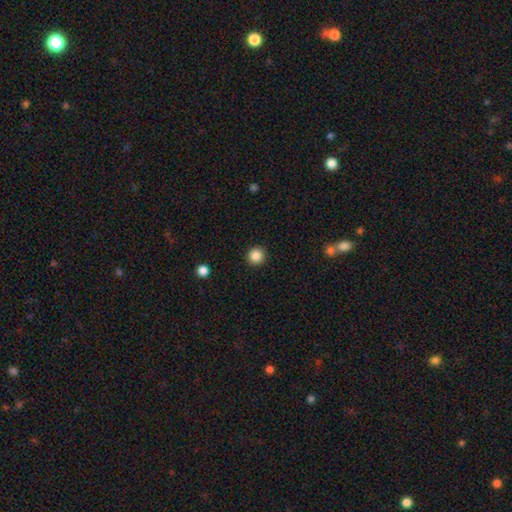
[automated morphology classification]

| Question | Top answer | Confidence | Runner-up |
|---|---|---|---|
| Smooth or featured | smooth | 86% | star or artifact (11%) |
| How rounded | round | 95% | in between (4%) |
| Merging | none | 93% | minor disturbance (5%) |